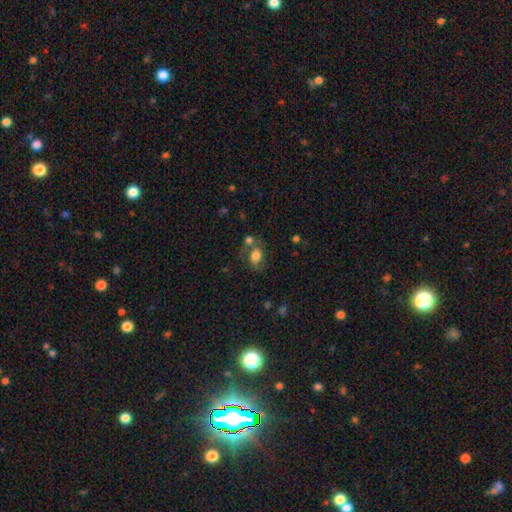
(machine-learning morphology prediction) A smooth galaxy with no disk features (66%) that is in between round and cigar-shaped (66%).

Vote fractions:
- Smooth or featured? smooth: 66% / featured or disk: 25% / star or artifact: 10%
- How rounded? in between: 66% / round: 32% / cigar-shaped: 1%
- Merging? none: 47% / merger: 22% / minor disturbance: 19% / major disturbance: 12%